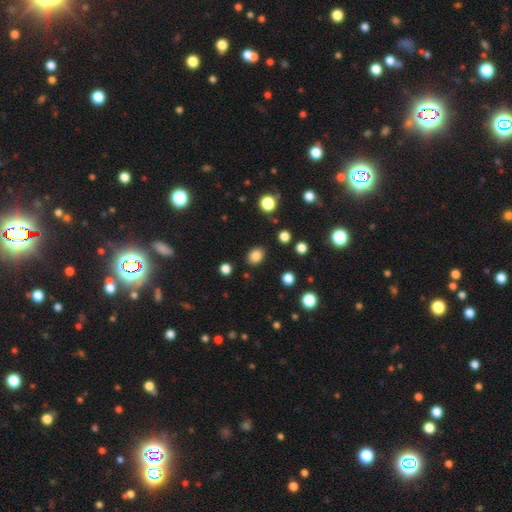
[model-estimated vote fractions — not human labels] A smooth galaxy with no disk features (84%) that is in between round and cigar-shaped (58%).

Vote fractions:
- Smooth or featured? smooth: 84% / star or artifact: 12% / featured or disk: 5%
- How rounded? in between: 58% / round: 41% / cigar-shaped: 1%
- Merging? none: 86% / minor disturbance: 9% / major disturbance: 3% / merger: 2%